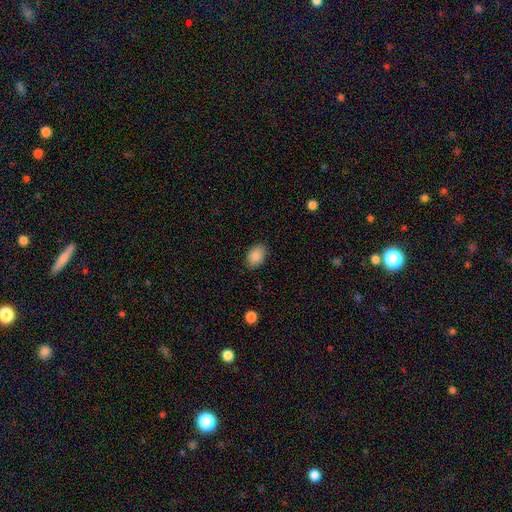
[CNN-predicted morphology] This is clearly a smooth galaxy (89%). How rounded: clearly in between (80%). Merging: clearly none (85%).